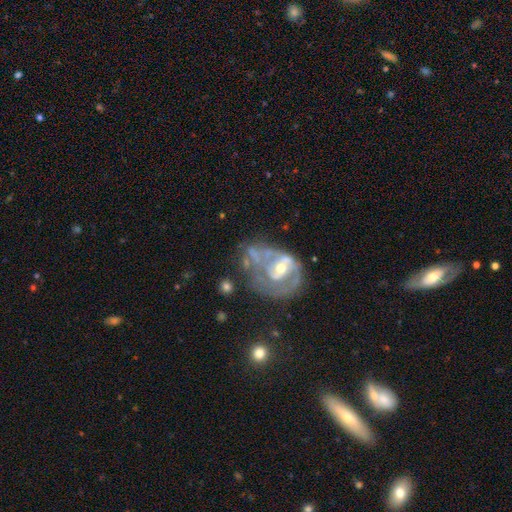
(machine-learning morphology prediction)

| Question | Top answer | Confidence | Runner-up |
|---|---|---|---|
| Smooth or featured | featured or disk | 75% | smooth (17%) |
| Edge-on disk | no | 97% | yes (3%) |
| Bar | no | 56% | weak (32%) |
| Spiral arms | yes | 62% | no (38%) |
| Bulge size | moderate | 56% | small (36%) |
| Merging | major disturbance | 35% | none (30%) |